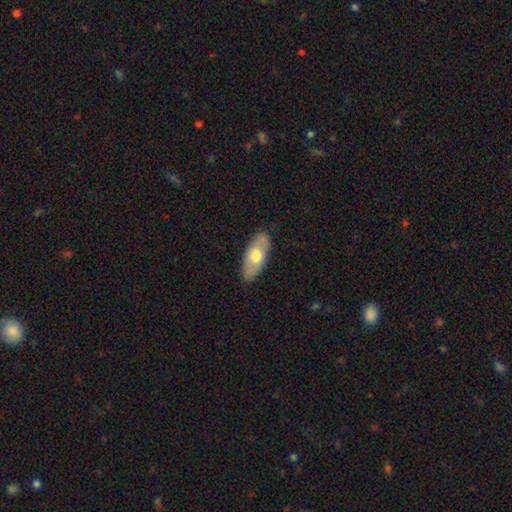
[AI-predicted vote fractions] Smooth or featured? Predicted: smooth (p=0.60). How rounded? Predicted: in between (p=0.84). Merging? Predicted: none (p=0.85).